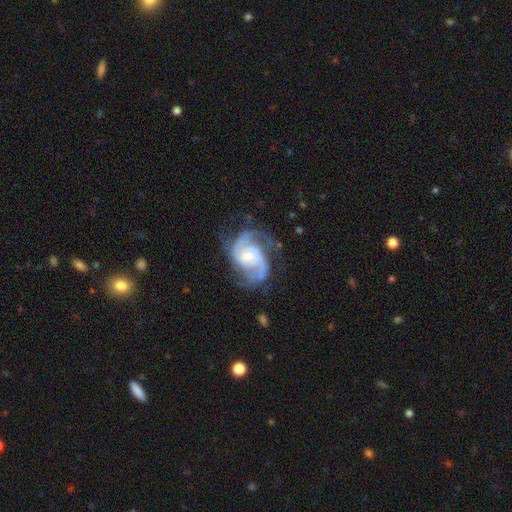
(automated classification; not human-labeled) Smooth or featured? featured or disk (90%)
Edge-on disk? no (98%)
Bar? no (62%)
Spiral arms? yes (97%)
Spiral winding? medium (51%)
Spiral arm count? 2 (70%)
Bulge size? small (53%)
Merging? none (62%)